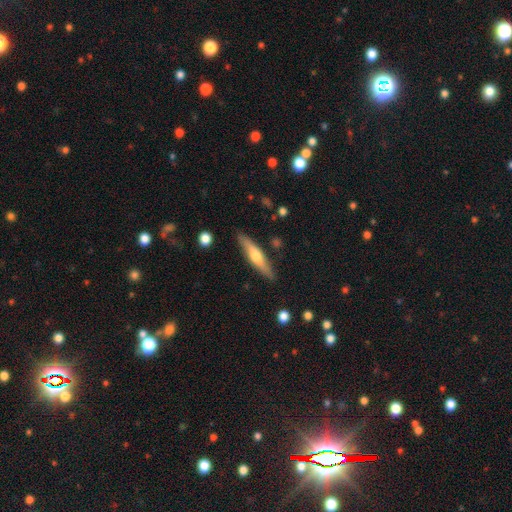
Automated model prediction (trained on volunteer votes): This appears to be a featured or disk galaxy (50%). Merging: none (86%).